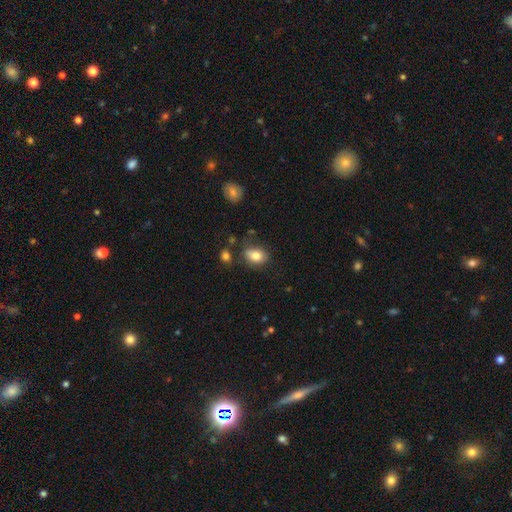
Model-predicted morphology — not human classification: smooth-or-featured: smooth: 81% | featured or disk: 10% | star or artifact: 9%
  how-rounded: in between: 72% | round: 27% | cigar-shaped: 1%
  merging: none: 68% | minor disturbance: 21% | major disturbance: 6% | merger: 5%